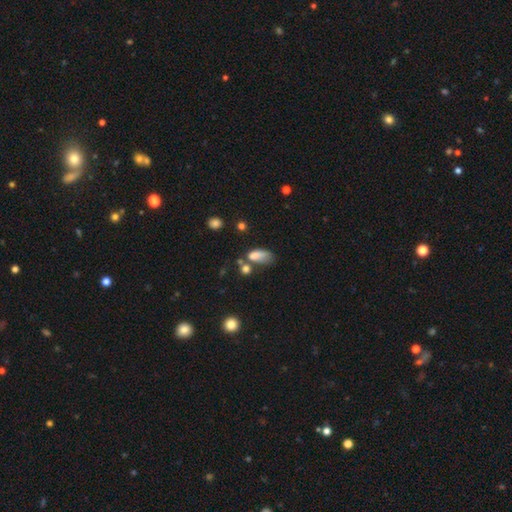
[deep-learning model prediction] A smooth galaxy with no disk features (75%) that is in between round and cigar-shaped (83%). Merging: none (28%).